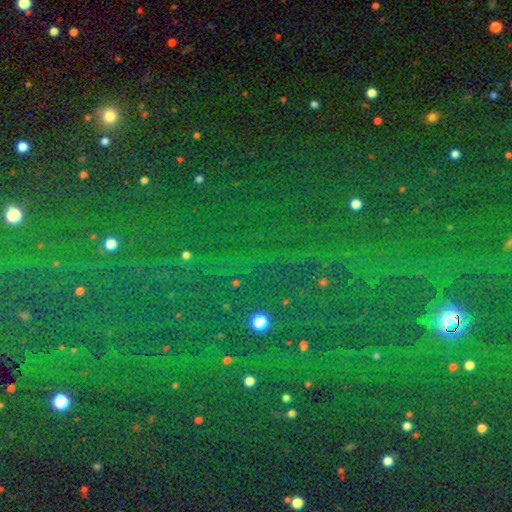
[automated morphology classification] Smooth or featured: star or artifact — 83% (smooth — 10%)